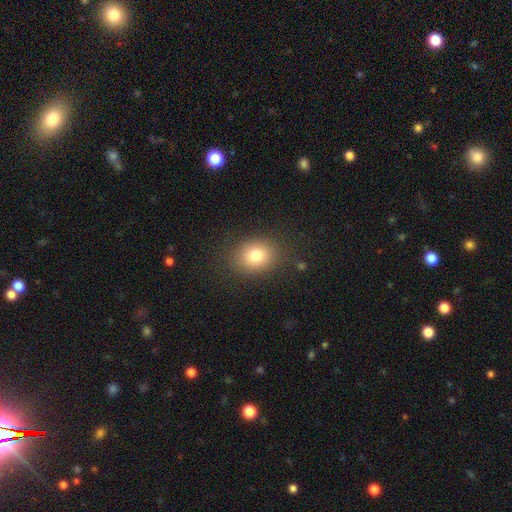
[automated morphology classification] A smooth galaxy with no disk features (78%) that is round (58%). Merging: none (84%).